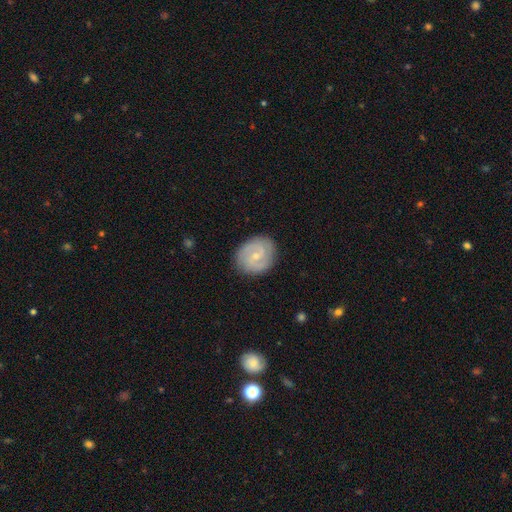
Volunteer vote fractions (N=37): Morphology: type=featured or disk (78%); edge-on=no (97%); bar=weak (68%); spiral arms=yes (96%); winding=medium (44%); arm count=2 (100%); bulge=small (57%); merging=none (77%).